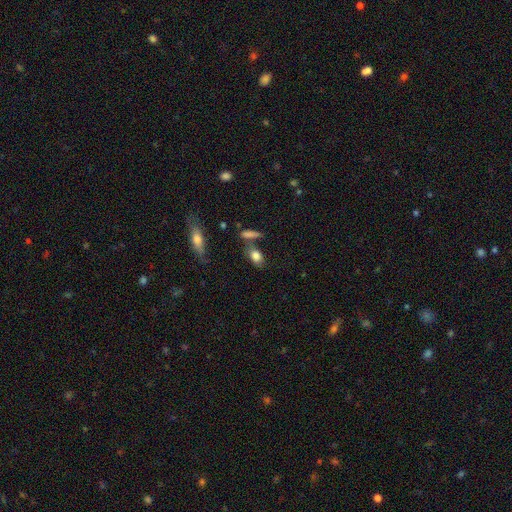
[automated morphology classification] This appears to be a smooth galaxy with no disk features (82%) that is in between round and cigar-shaped (78%). Merging: none (59%).